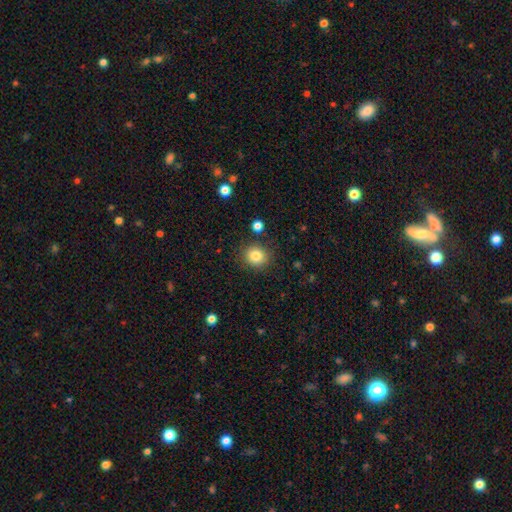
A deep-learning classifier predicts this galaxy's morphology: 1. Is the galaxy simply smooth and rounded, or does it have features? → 83% smooth, 11% star or artifact, 6% featured or disk.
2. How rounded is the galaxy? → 81% round, 18% in between, 1% cigar-shaped.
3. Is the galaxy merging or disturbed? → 86% none, 8% minor disturbance, 3% major disturbance, 3% merger.